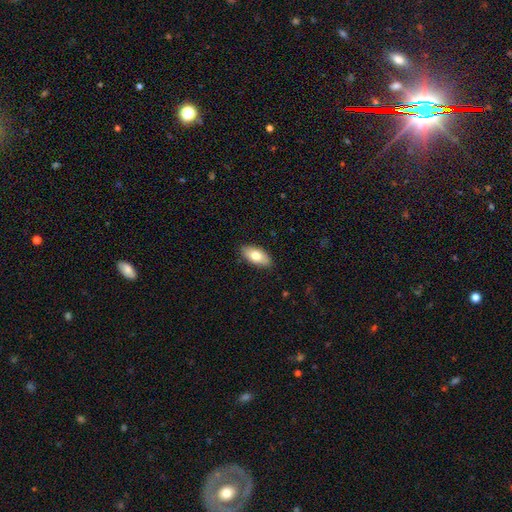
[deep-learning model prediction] Smooth or featured? Predicted: smooth (p=0.75). How rounded? Predicted: in between (p=0.90). Merging? Predicted: none (p=0.87).